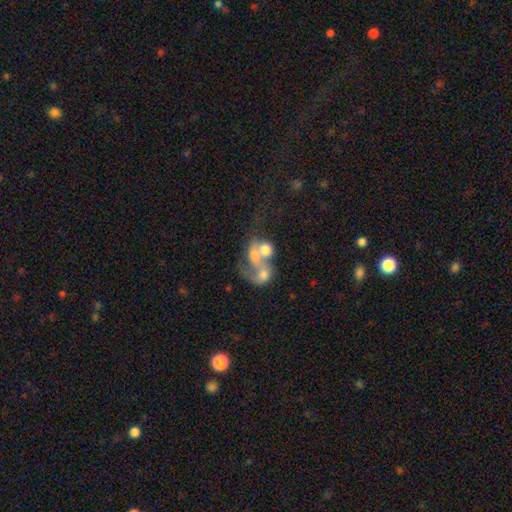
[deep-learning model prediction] featured or disk 48%, smooth 38%, star or artifact 13%. Down the decision tree: merging — merger (69%).